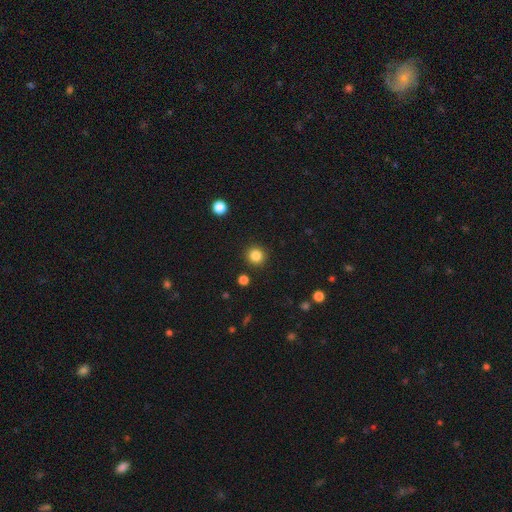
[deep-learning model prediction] Smooth or featured?
  - smooth: 84% *
  - star or artifact: 12%
  - featured or disk: 4%
How rounded?
  - round: 94% *
  - in between: 5%
  - cigar-shaped: 1%
Merging?
  - none: 92% *
  - minor disturbance: 5%
  - major disturbance: 2%
  - merger: 2%